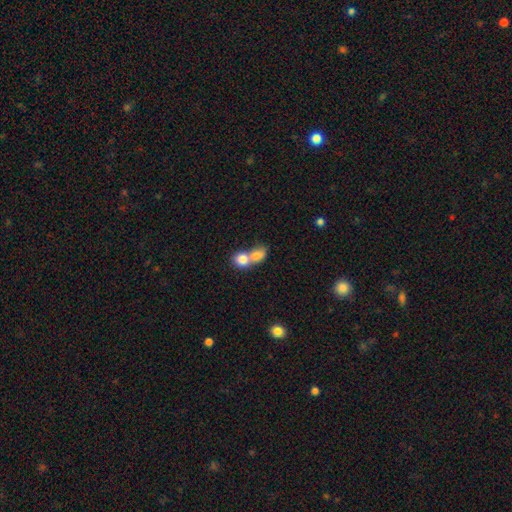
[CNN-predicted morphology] Q: Smooth or featured?
A: smooth (76%); runner-up: featured or disk (15%)
Q: How rounded?
A: round (55%); runner-up: in between (43%)
Q: Merging?
A: merger (72%); runner-up: none (19%)